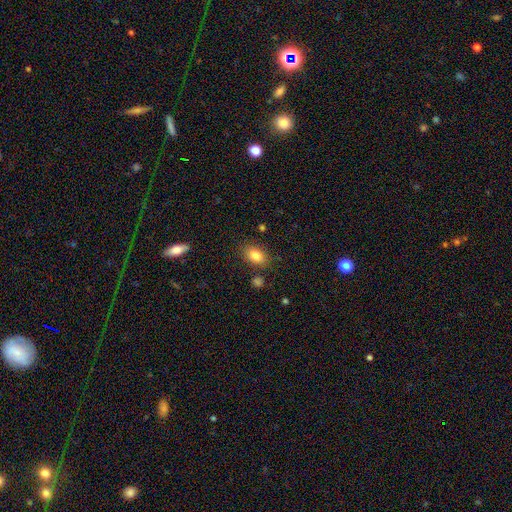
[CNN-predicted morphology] Q: Smooth or featured?
A: smooth (83%); runner-up: star or artifact (9%)
Q: How rounded?
A: in between (84%); runner-up: round (15%)
Q: Merging?
A: none (82%); runner-up: minor disturbance (11%)